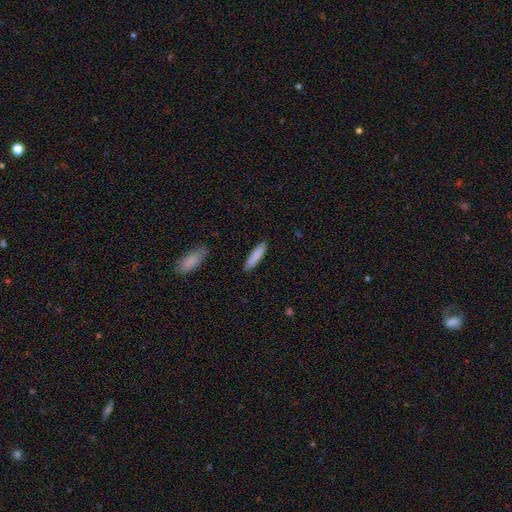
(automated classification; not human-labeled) smooth-or-featured: smooth: 85% | featured or disk: 9% | star or artifact: 6%
  how-rounded: cigar-shaped: 75% | in between: 23% | round: 1%
  merging: none: 89% | minor disturbance: 8% | major disturbance: 2% | merger: 1%